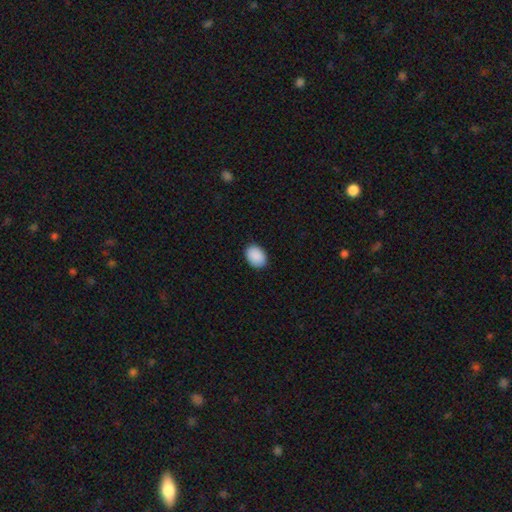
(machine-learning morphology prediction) Smooth or featured: smooth — 91% (star or artifact — 7%)
How rounded: in between — 75% (round — 24%)
Merging: none — 89% (minor disturbance — 9%)